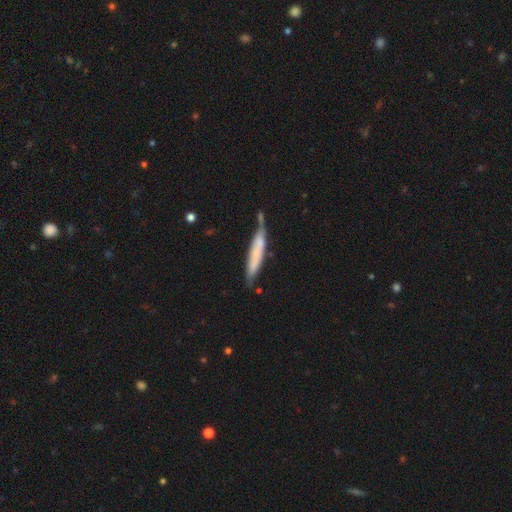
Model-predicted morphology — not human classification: Q: Smooth or featured?
A: smooth (54%); runner-up: featured or disk (40%)
Q: How rounded?
A: cigar-shaped (89%); runner-up: in between (10%)
Q: Merging?
A: none (49%); runner-up: minor disturbance (29%)